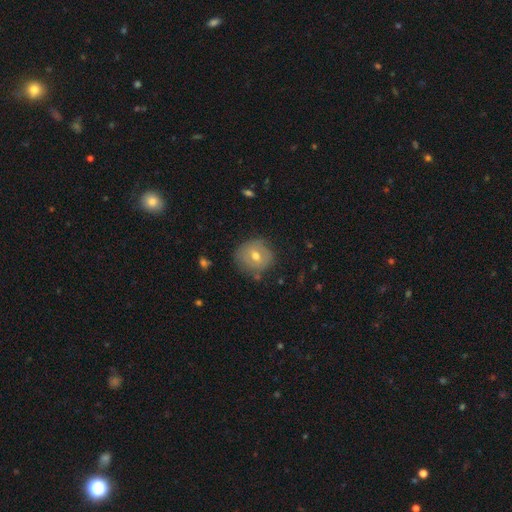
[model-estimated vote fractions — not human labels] A smooth galaxy with no disk features (50%) that is round (87%). Merging: none (75%).